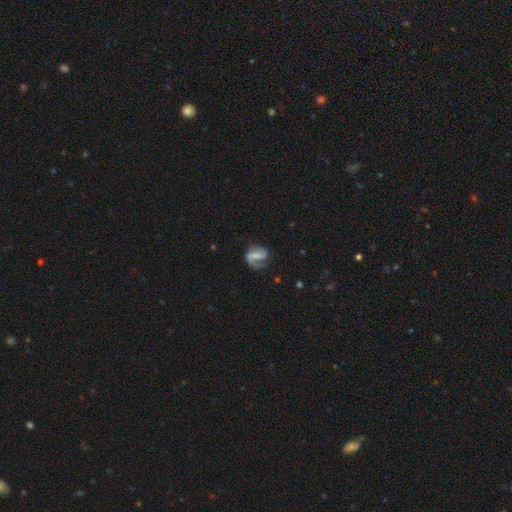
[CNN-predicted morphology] Overall: featured or disk (74%). Edge-on disk: no (98%). Bar: strong (41%; weak 39%). Spiral arms: yes (91%). Spiral arm count: 2 (60%; 1 33%). Spiral winding: medium (44%; loose 34%). Bulge size: small (38%, tied with none). Merging: none (57%; minor disturbance 21%).